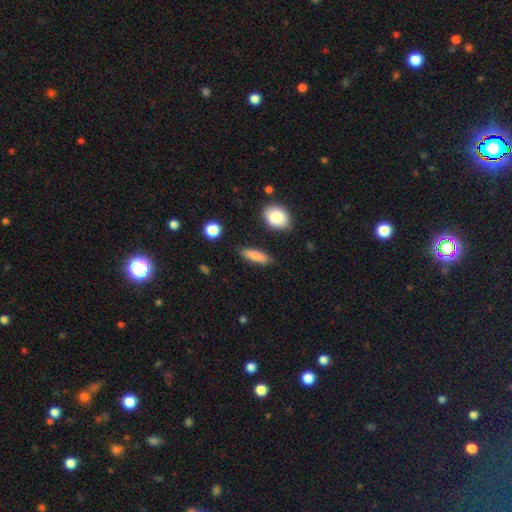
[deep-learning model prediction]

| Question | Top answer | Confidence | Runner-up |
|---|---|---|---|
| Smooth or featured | smooth | 80% | featured or disk (13%) |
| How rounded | cigar-shaped | 53% | in between (44%) |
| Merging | none | 83% | minor disturbance (11%) |